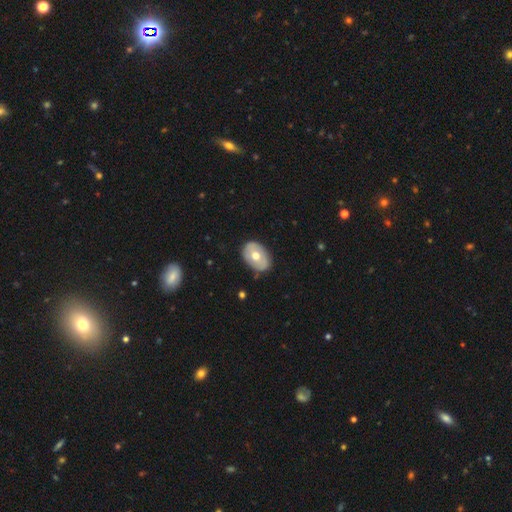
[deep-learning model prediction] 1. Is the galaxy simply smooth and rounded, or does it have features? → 54% smooth, 40% featured or disk, 6% star or artifact.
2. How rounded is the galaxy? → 81% in between, 18% round, 1% cigar-shaped.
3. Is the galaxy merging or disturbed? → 81% none, 14% minor disturbance, 3% major disturbance, 1% merger.